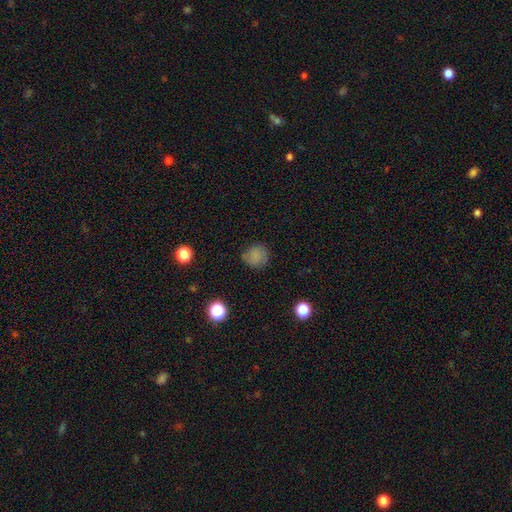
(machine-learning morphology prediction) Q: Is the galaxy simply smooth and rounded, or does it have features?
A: smooth — 77%.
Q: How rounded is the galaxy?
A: round — 84%.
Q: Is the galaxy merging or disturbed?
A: none — 74%.